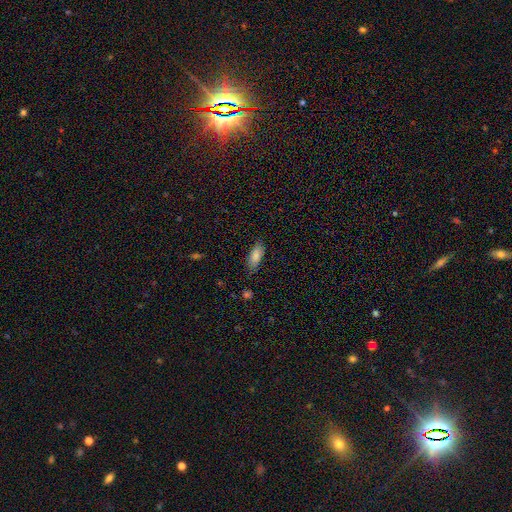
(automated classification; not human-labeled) Overall: smooth (85%). How rounded: in between (80%). Merging: none (78%).